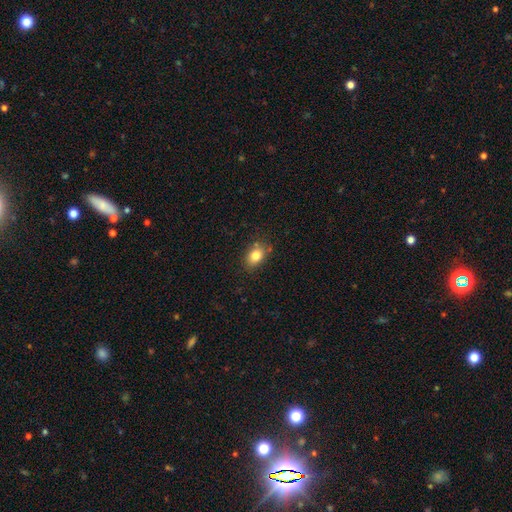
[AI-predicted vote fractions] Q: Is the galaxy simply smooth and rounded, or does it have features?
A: smooth — 82%.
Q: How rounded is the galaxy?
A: in between — 72%.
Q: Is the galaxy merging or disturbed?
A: none — 78%.